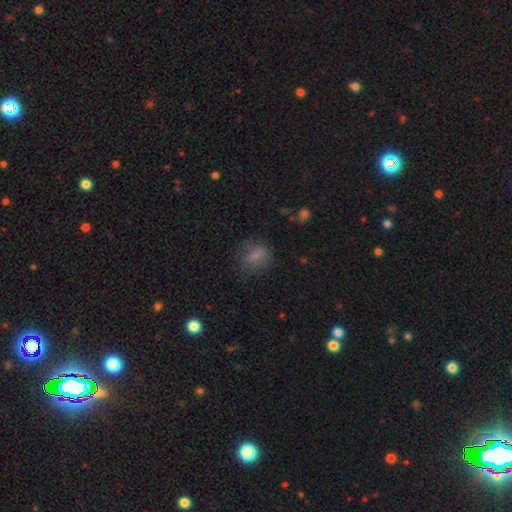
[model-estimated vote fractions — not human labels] Q: Smooth or featured?
A: smooth (73%); runner-up: featured or disk (15%)
Q: How rounded?
A: in between (55%); runner-up: round (41%)
Q: Merging?
A: none (63%); runner-up: minor disturbance (22%)